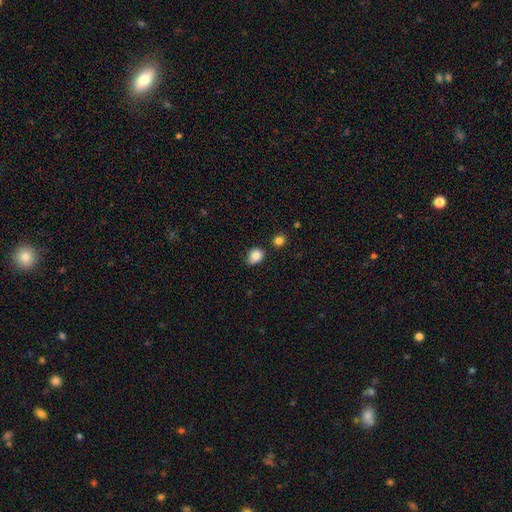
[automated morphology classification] Q: Smooth or featured?
A: smooth (86%); runner-up: star or artifact (9%)
Q: How rounded?
A: round (51%); runner-up: in between (48%)
Q: Merging?
A: none (65%); runner-up: minor disturbance (26%)